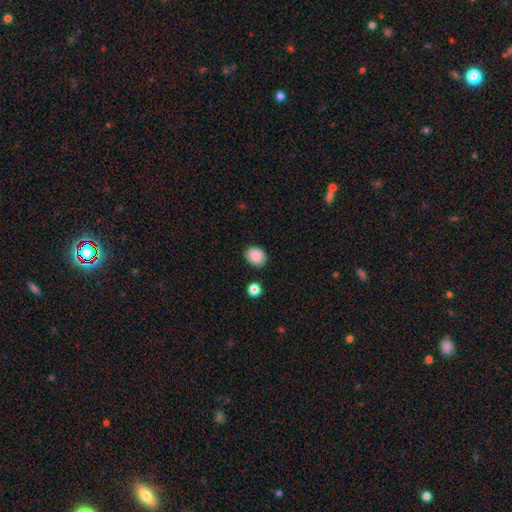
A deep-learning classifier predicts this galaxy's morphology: Smooth or featured?
  - smooth: 89% *
  - star or artifact: 9%
  - featured or disk: 3%
How rounded?
  - round: 59% *
  - in between: 40%
  - cigar-shaped: 1%
Merging?
  - none: 86% *
  - minor disturbance: 9%
  - major disturbance: 2%
  - merger: 2%